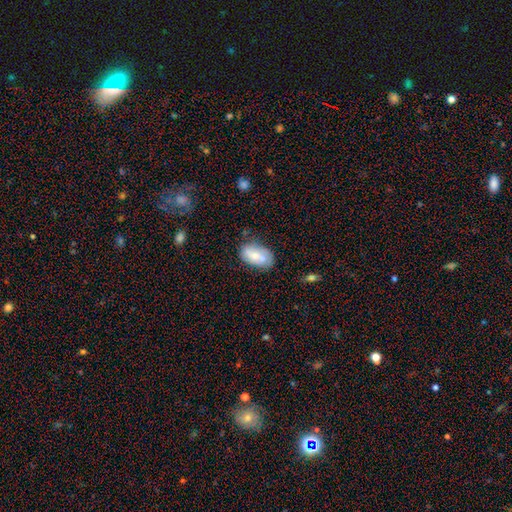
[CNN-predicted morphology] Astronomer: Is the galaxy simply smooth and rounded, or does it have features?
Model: smooth — 56% (runner-up: featured or disk, 37%).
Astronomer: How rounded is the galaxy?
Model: in between — 91%.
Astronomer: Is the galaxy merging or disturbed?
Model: none — 67%.